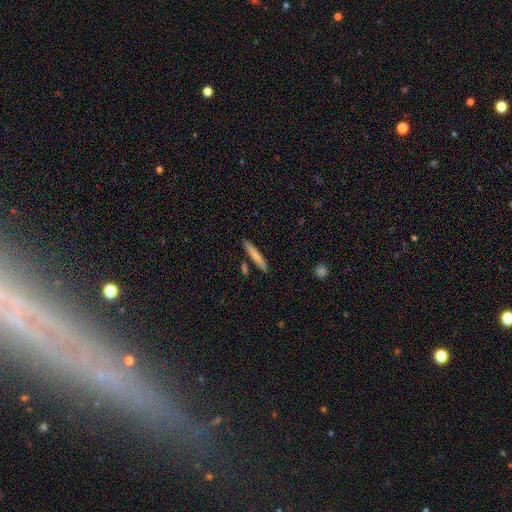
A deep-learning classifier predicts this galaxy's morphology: A smooth galaxy with no disk features (73%) that is cigar-shaped (94%).

Vote fractions:
- Smooth or featured? smooth: 73% / featured or disk: 21% / star or artifact: 6%
- How rounded? cigar-shaped: 94% / in between: 5% / round: 1%
- Merging? none: 86% / minor disturbance: 8% / merger: 4% / major disturbance: 2%